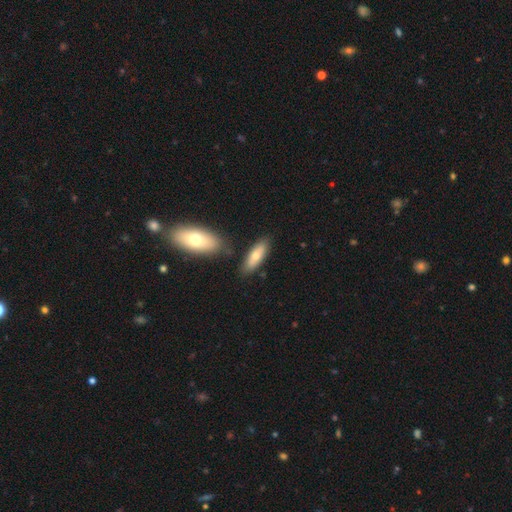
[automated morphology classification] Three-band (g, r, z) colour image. It shows a smooth galaxy with no disk features (70%) that is in between round and cigar-shaped (63%). Merging: none (78%).